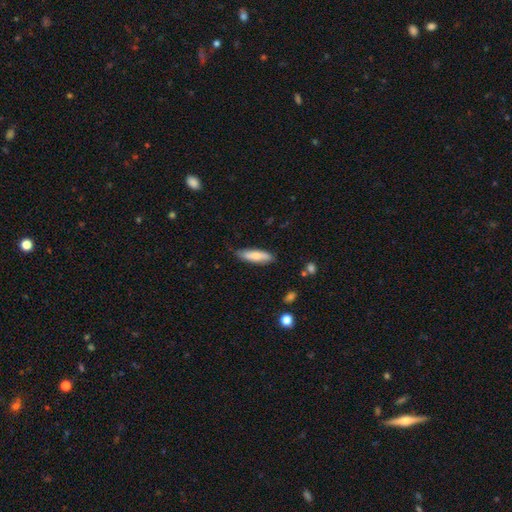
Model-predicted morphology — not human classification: This is likely a smooth galaxy (75%). How rounded: likely cigar-shaped (60%). Merging: likely none (77%).